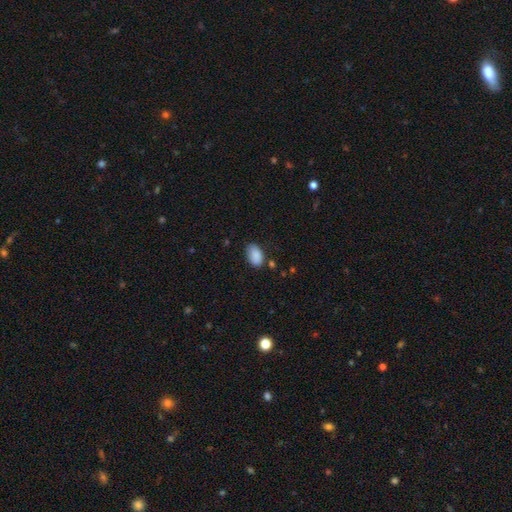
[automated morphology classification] The model was most divided on "merging": none: 73%, minor disturbance: 20%, major disturbance: 4%, merger: 3%. More confident: how rounded — in between (91%); smooth or featured — smooth (88%).